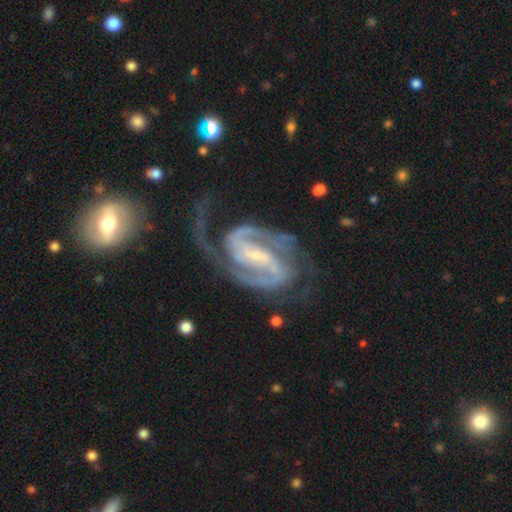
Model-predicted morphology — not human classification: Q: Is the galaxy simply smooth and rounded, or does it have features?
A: featured or disk — 94%.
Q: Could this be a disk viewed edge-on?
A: no — 98%.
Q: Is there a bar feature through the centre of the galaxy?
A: strong — 55%.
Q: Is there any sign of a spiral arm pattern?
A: yes — 99%.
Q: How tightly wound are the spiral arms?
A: medium — 54%.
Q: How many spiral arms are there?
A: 2 — 91%.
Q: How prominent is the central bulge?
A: small — 71%.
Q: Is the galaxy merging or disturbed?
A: none — 63%.